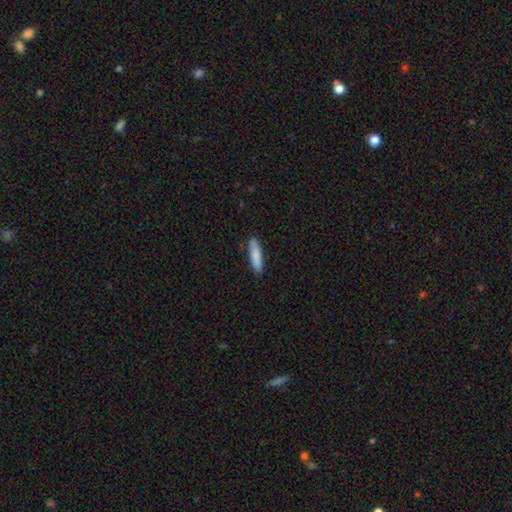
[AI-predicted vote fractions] smooth-or-featured: smooth: 84% | featured or disk: 10% | star or artifact: 6%
  how-rounded: cigar-shaped: 79% | in between: 20% | round: 1%
  merging: none: 87% | minor disturbance: 10% | major disturbance: 2% | merger: 1%